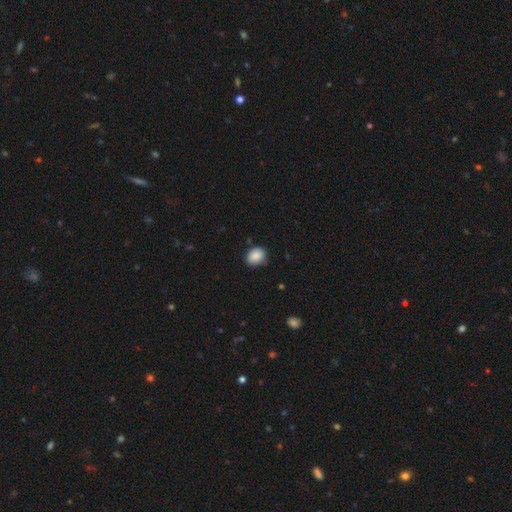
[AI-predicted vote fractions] Overall: smooth (89%). How rounded: round (50%; in between 49%). Merging: none (81%).